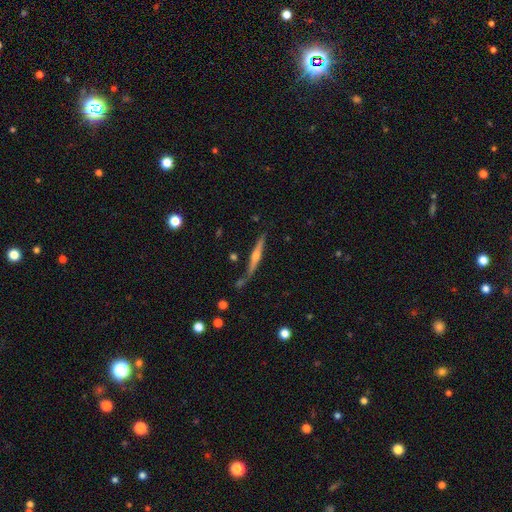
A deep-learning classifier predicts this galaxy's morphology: Smooth or featured?
  - featured or disk: 74% *
  - smooth: 19%
  - star or artifact: 7%
Edge-on disk?
  - yes: 97% *
  - no: 3%
Edge-on bulge?
  - rounded: 79% *
  - none: 12%
  - boxy: 9%
Merging?
  - none: 73% *
  - minor disturbance: 16%
  - merger: 6%
  - major disturbance: 4%